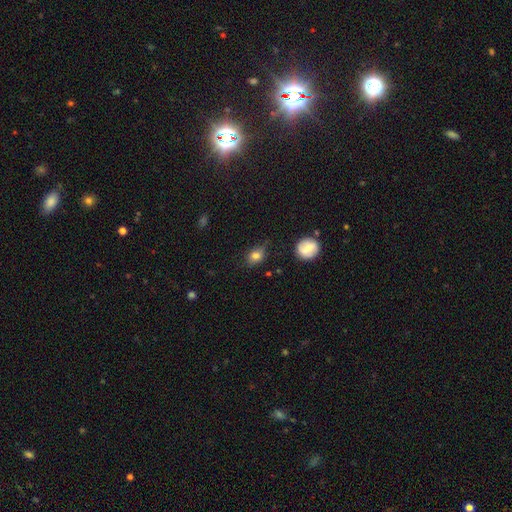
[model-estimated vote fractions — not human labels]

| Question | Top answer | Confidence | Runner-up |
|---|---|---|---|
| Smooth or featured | smooth | 76% | featured or disk (14%) |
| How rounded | in between | 62% | round (36%) |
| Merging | none | 66% | minor disturbance (25%) |